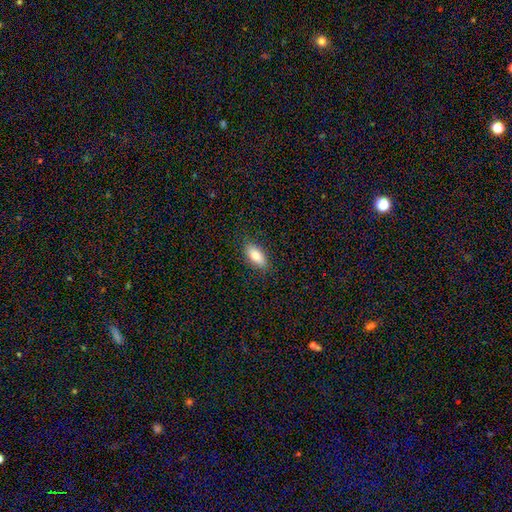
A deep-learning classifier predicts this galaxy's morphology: smooth 77%, featured or disk 16%, star or artifact 7%. Down the decision tree: how rounded — in between (85%); merging — none (86%).